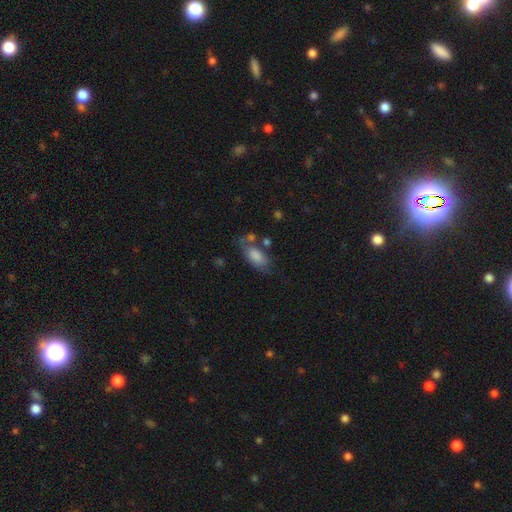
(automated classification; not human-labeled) smooth-or-featured: smooth: 78% | featured or disk: 15% | star or artifact: 7%
  how-rounded: in between: 90% | cigar-shaped: 7% | round: 3%
  merging: none: 50% | minor disturbance: 26% | major disturbance: 13% | merger: 11%